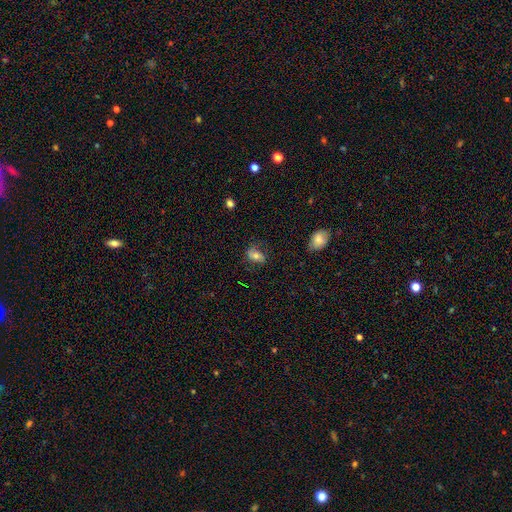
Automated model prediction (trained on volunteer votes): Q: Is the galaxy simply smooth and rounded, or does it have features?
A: smooth — 61%.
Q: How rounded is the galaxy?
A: in between — 85%.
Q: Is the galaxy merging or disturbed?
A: none — 62%.